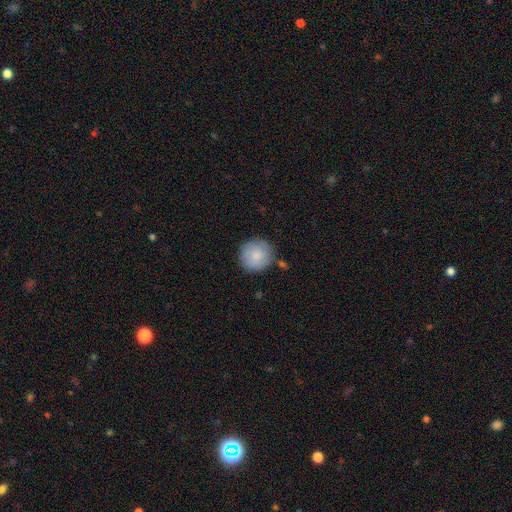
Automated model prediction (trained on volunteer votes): Smooth or featured?
  - smooth: 82% *
  - featured or disk: 12%
  - star or artifact: 6%
How rounded?
  - round: 95% *
  - in between: 4%
  - cigar-shaped: 1%
Merging?
  - none: 80% *
  - minor disturbance: 13%
  - merger: 4%
  - major disturbance: 3%